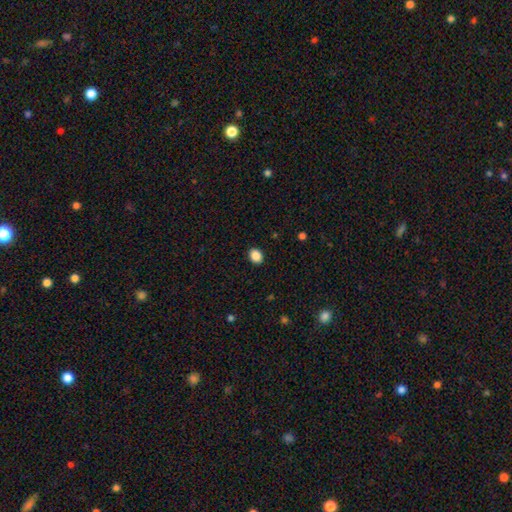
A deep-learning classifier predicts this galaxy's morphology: A smooth galaxy with no disk features (88%) that is in between round and cigar-shaped (50%).

Vote fractions:
- Smooth or featured? smooth: 88% / star or artifact: 9% / featured or disk: 3%
- How rounded? in between: 50% / round: 49% / cigar-shaped: 1%
- Merging? none: 91% / minor disturbance: 6% / major disturbance: 2% / merger: 1%